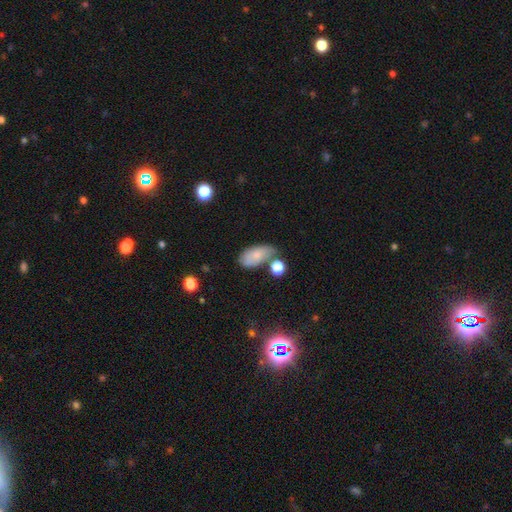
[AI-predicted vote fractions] smooth-or-featured: smooth: 77% | featured or disk: 15% | star or artifact: 9%
  how-rounded: in between: 91% | round: 5% | cigar-shaped: 4%
  merging: none: 49% | minor disturbance: 25% | merger: 16% | major disturbance: 9%